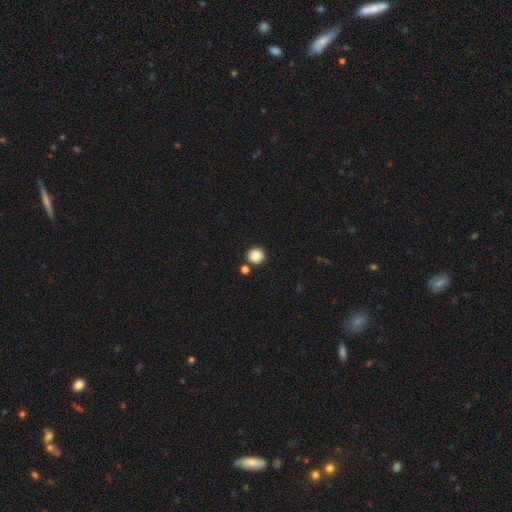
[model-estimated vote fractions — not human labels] Q: Smooth or featured?
A: smooth (87%); runner-up: star or artifact (10%)
Q: How rounded?
A: round (93%); runner-up: in between (6%)
Q: Merging?
A: none (83%); runner-up: merger (8%)